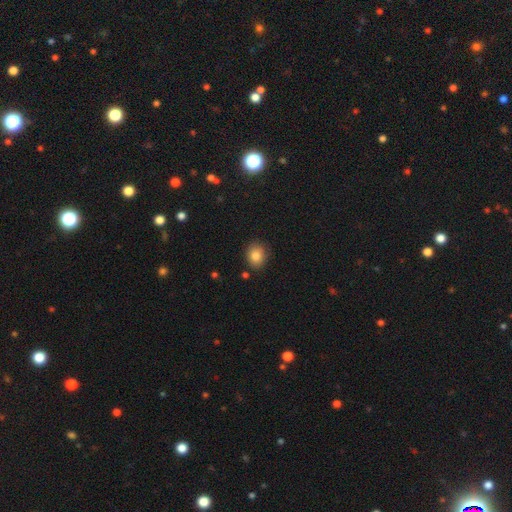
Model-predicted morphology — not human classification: A smooth galaxy with no disk features (84%) that is round (57%).

Vote fractions:
- Smooth or featured? smooth: 84% / star or artifact: 9% / featured or disk: 7%
- How rounded? round: 57% / in between: 42% / cigar-shaped: 1%
- Merging? none: 82% / minor disturbance: 13% / major disturbance: 3% / merger: 3%